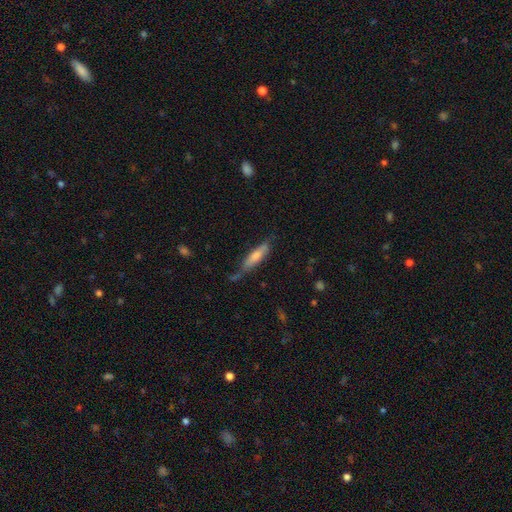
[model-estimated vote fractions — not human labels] smooth 52%, featured or disk 42%, star or artifact 7%. Down the decision tree: how rounded — cigar-shaped (80%); merging — none (61%).